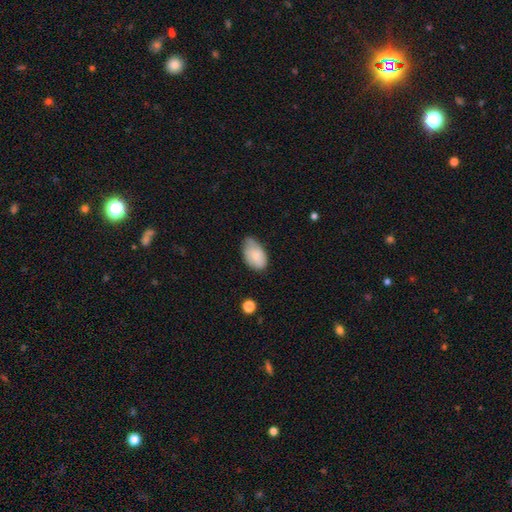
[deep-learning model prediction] Smooth or featured: smooth — 81% (featured or disk — 12%)
How rounded: in between — 93% (round — 5%)
Merging: none — 51% (minor disturbance — 41%)